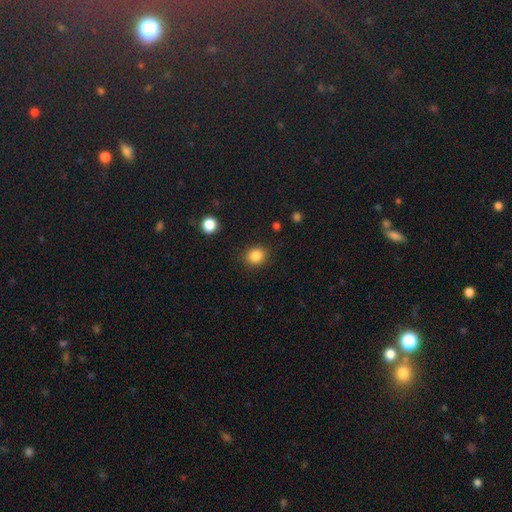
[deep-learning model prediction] Smooth or featured? smooth (85%)
How rounded? round (72%)
Merging? none (87%)